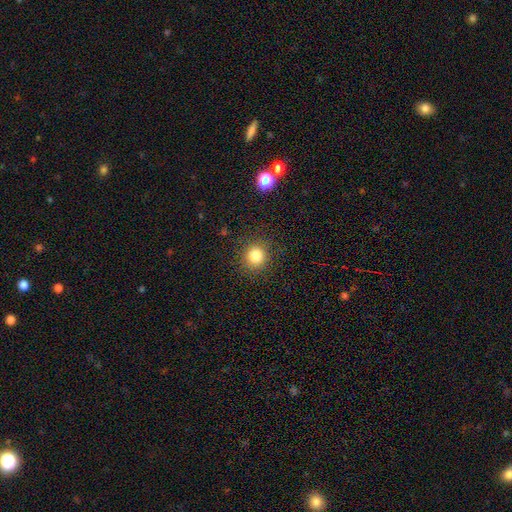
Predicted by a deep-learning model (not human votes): Smooth or featured? smooth (83%)
How rounded? round (88%)
Merging? none (88%)